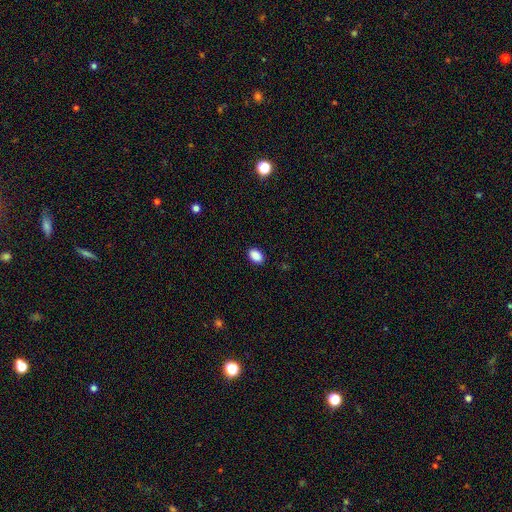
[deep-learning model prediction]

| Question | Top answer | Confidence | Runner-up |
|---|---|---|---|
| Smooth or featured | smooth | 90% | star or artifact (8%) |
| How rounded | in between | 88% | round (11%) |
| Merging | none | 89% | minor disturbance (8%) |